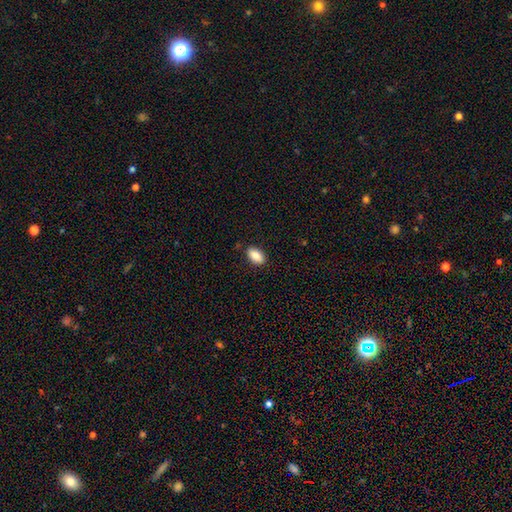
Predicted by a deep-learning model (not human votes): A smooth galaxy with no disk features (88%) that is in between round and cigar-shaped (92%).

Vote fractions:
- Smooth or featured? smooth: 88% / star or artifact: 7% / featured or disk: 5%
- How rounded? in between: 92% / round: 5% / cigar-shaped: 3%
- Merging? none: 87% / minor disturbance: 10% / major disturbance: 2% / merger: 1%